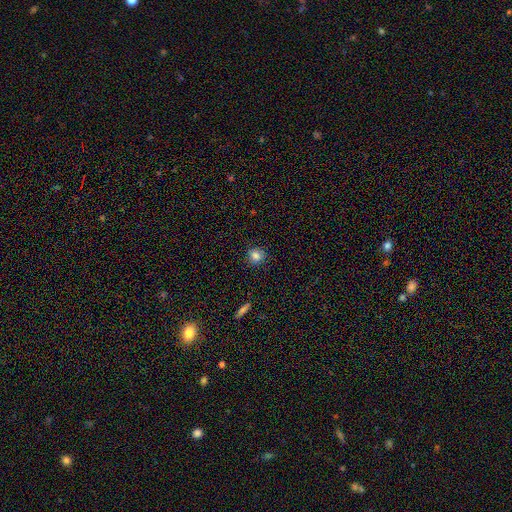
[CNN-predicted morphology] A smooth galaxy with no disk features (82%) that is round (85%).

Vote fractions:
- Smooth or featured? smooth: 82% / star or artifact: 12% / featured or disk: 6%
- How rounded? round: 85% / in between: 13% / cigar-shaped: 1%
- Merging? none: 87% / minor disturbance: 9% / major disturbance: 2% / merger: 1%